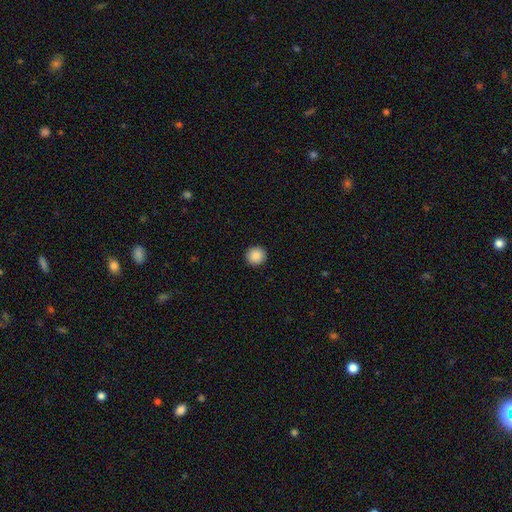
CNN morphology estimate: Q: Smooth or featured?
A: smooth (88%); runner-up: star or artifact (8%)
Q: How rounded?
A: round (95%); runner-up: in between (4%)
Q: Merging?
A: none (93%); runner-up: minor disturbance (4%)